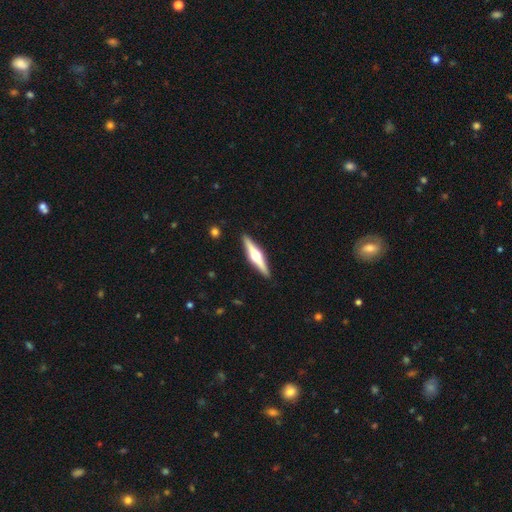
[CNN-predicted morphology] This appears to be a featured or disk galaxy (76%) viewed edge-on (98%) with a rounded central bulge (95%). Merging: none (92%).